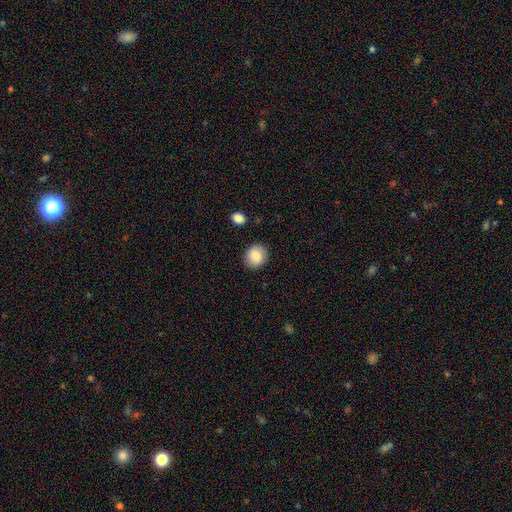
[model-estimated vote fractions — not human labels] smooth_or_featured: smooth (p=0.85) [alt: star or artifact p=0.08]
how_rounded: round (p=0.71) [alt: in between p=0.28]
merging: none (p=0.85) [alt: minor disturbance p=0.10]